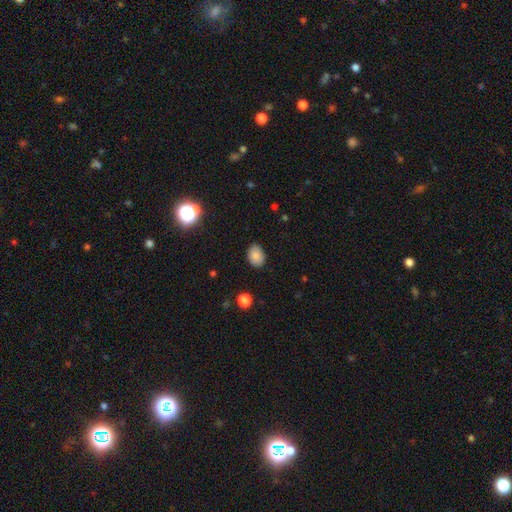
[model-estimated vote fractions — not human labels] Smooth or featured? smooth (85%)
How rounded? in between (74%)
Merging? none (85%)